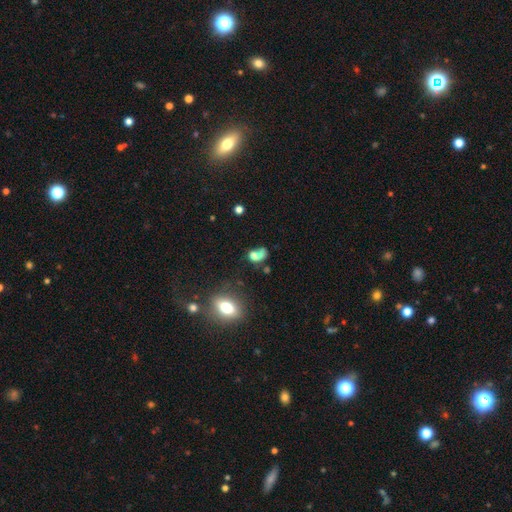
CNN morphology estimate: This is possibly a smooth galaxy (60%). How rounded: likely in between (64%). Merging: marginally major disturbance (29%).